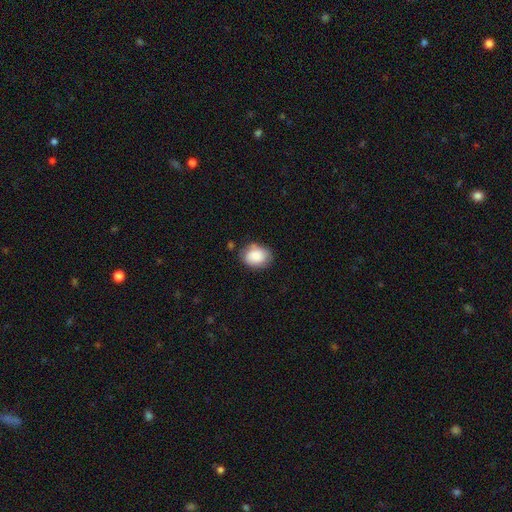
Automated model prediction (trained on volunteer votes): Smooth or featured?
  - smooth: 82% *
  - featured or disk: 11%
  - star or artifact: 7%
How rounded?
  - in between: 58% *
  - round: 41%
  - cigar-shaped: 1%
Merging?
  - none: 72% *
  - minor disturbance: 21%
  - major disturbance: 5%
  - merger: 3%